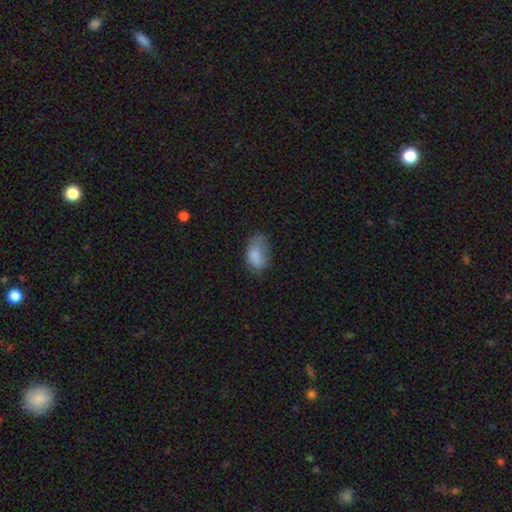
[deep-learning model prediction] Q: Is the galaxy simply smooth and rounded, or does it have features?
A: smooth — 79%.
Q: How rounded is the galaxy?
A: in between — 90%.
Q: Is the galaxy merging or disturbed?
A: minor disturbance — 37%.